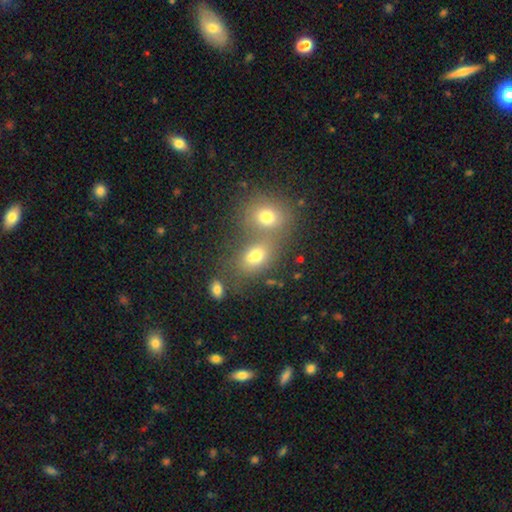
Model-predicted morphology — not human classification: A smooth galaxy with no disk features (72%) that is in between round and cigar-shaped (62%).

Vote fractions:
- Smooth or featured? smooth: 72% / star or artifact: 15% / featured or disk: 13%
- How rounded? in between: 62% / round: 36% / cigar-shaped: 2%
- Merging? merger: 51% / none: 34% / minor disturbance: 9% / major disturbance: 5%